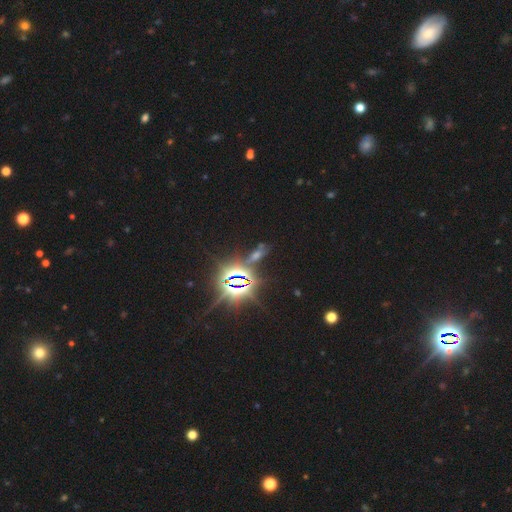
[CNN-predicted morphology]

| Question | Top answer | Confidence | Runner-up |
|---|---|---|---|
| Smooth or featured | star or artifact | 73% | smooth (15%) |